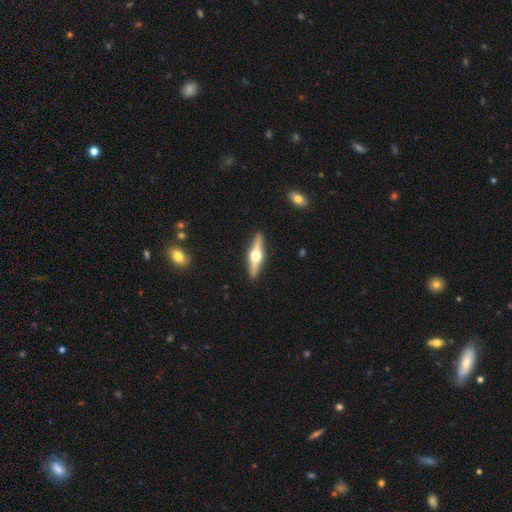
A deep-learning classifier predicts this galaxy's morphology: type=featured or disk (72%); edge-on=yes (97%); edge-on bulge=rounded (96%); merging=none (91%).